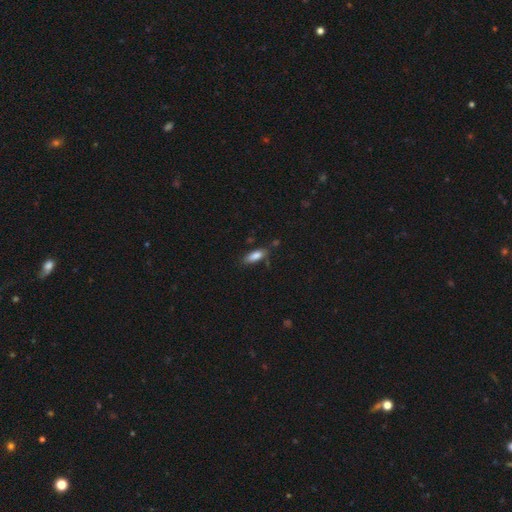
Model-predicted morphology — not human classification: A smooth galaxy with no disk features (84%) that is in between round and cigar-shaped (70%). Merging: none (73%).